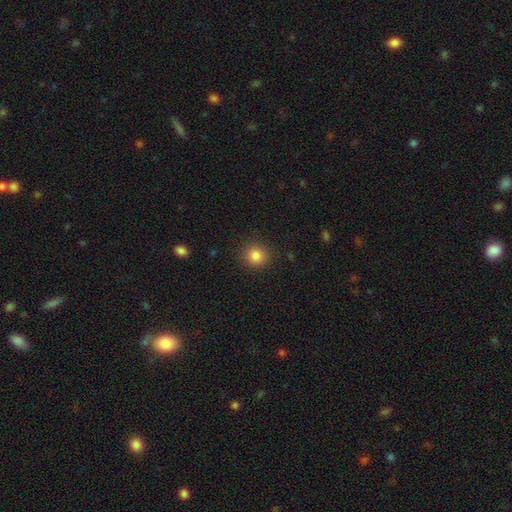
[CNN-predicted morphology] A smooth galaxy with no disk features (83%) that is round (91%).

Vote fractions:
- Smooth or featured? smooth: 83% / star or artifact: 12% / featured or disk: 5%
- How rounded? round: 91% / in between: 8% / cigar-shaped: 1%
- Merging? none: 90% / minor disturbance: 6% / major disturbance: 2% / merger: 1%